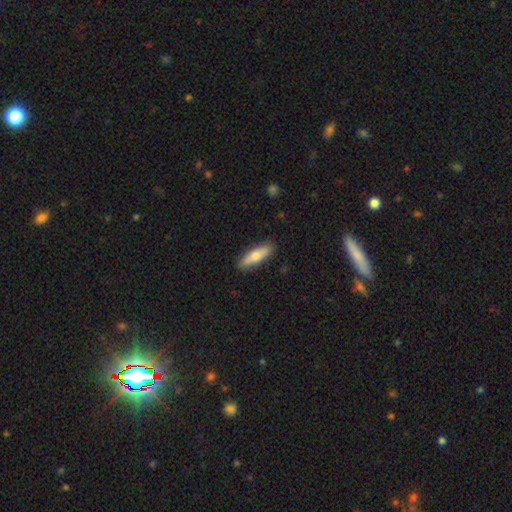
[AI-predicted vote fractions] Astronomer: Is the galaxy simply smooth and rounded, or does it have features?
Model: smooth — 70%.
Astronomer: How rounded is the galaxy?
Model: cigar-shaped — 57% (runner-up: in between, 41%).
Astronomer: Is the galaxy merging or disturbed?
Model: none — 88%.